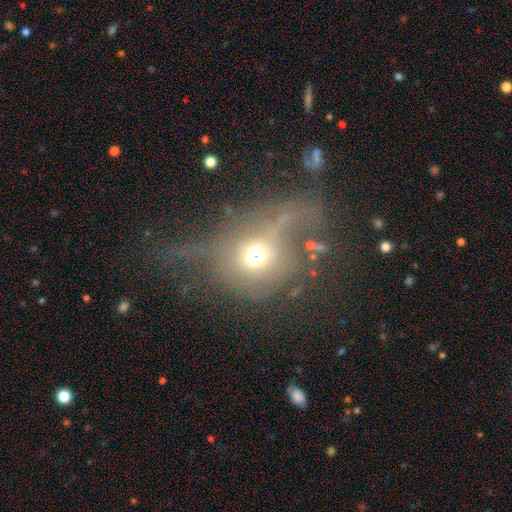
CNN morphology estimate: This appears to be a featured or disk galaxy (42%). Merging: major disturbance (48%).